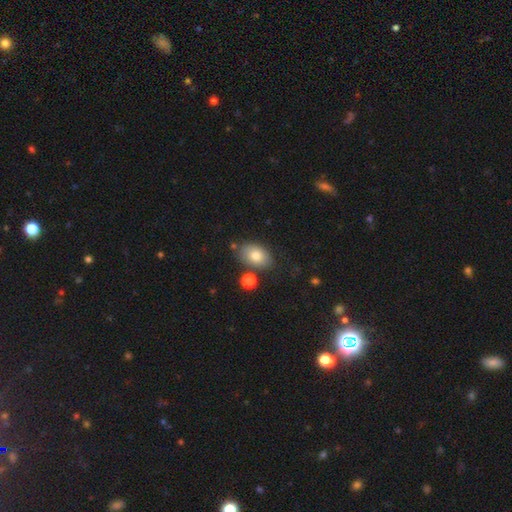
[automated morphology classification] A smooth galaxy with no disk features (77%) that is in between round and cigar-shaped (85%). Merging: none (74%).